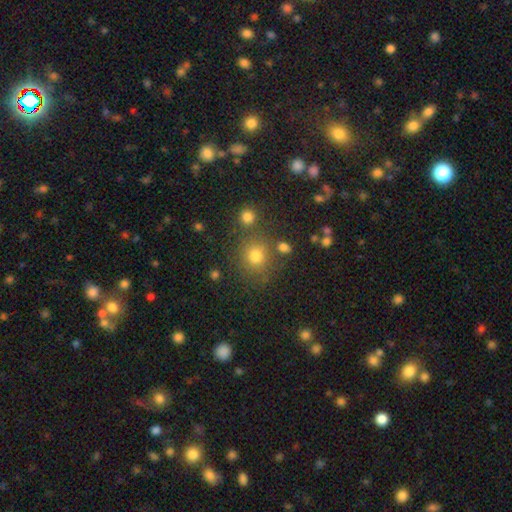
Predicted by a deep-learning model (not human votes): This is likely a smooth galaxy (75%). How rounded: clearly round (85%). Merging: likely none (74%).